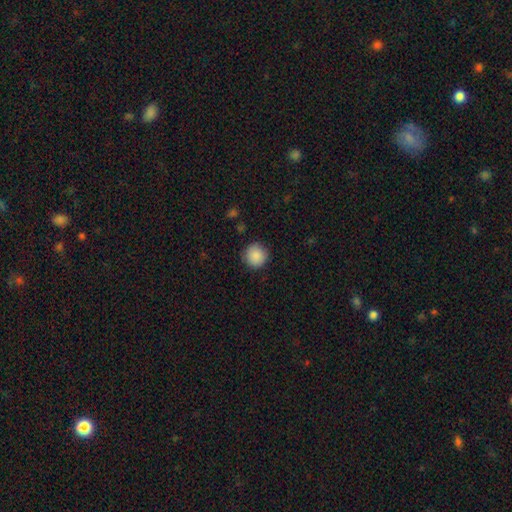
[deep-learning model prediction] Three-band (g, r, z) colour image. It shows a smooth galaxy with no disk features (88%) that is round (95%). Merging: none (89%).